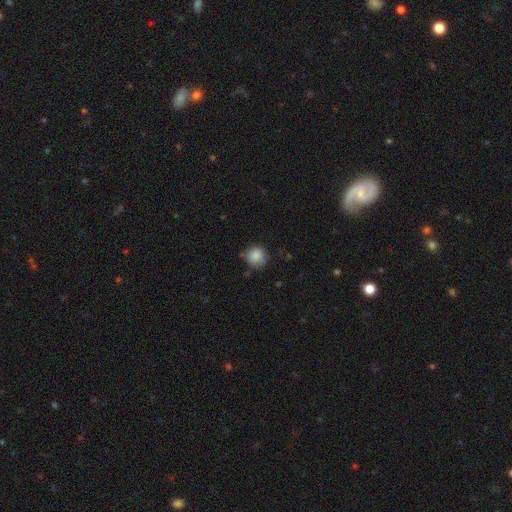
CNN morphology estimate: Q: Smooth or featured?
A: smooth (87%); runner-up: star or artifact (9%)
Q: How rounded?
A: round (92%); runner-up: in between (7%)
Q: Merging?
A: none (80%); runner-up: minor disturbance (14%)